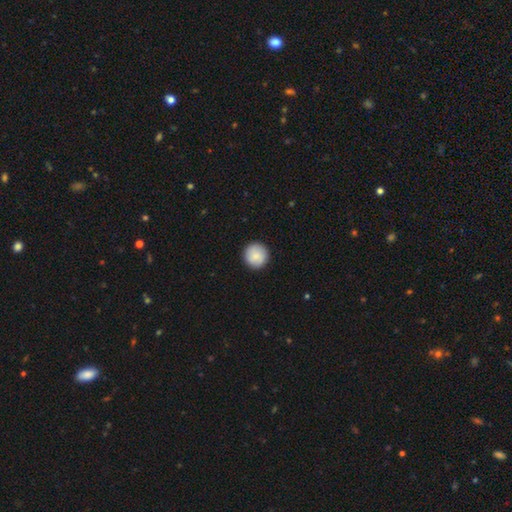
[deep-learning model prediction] Smooth or featured?
  - smooth: 86% *
  - featured or disk: 8%
  - star or artifact: 6%
How rounded?
  - round: 96% *
  - in between: 3%
  - cigar-shaped: 1%
Merging?
  - none: 92% *
  - minor disturbance: 6%
  - major disturbance: 2%
  - merger: 1%